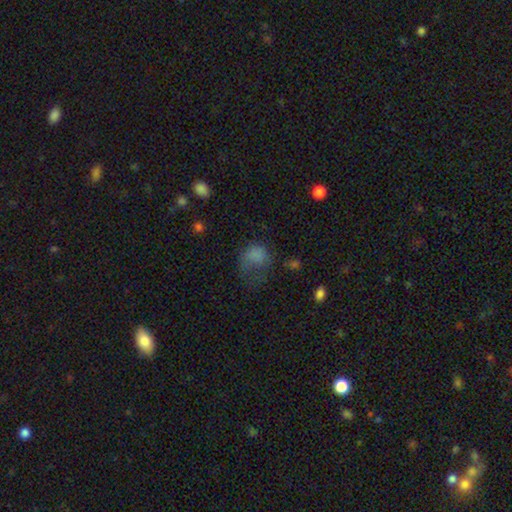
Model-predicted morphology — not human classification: This appears to be a smooth galaxy with no disk features (70%) that is round (53%). Merging: major disturbance (46%).